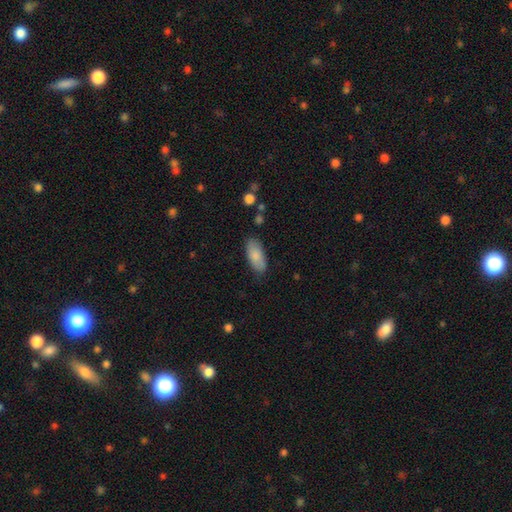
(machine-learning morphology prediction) A smooth galaxy with no disk features (84%) that is in between round and cigar-shaped (88%).

Vote fractions:
- Smooth or featured? smooth: 84% / featured or disk: 10% / star or artifact: 6%
- How rounded? in between: 88% / cigar-shaped: 10% / round: 2%
- Merging? none: 81% / minor disturbance: 14% / major disturbance: 3% / merger: 2%